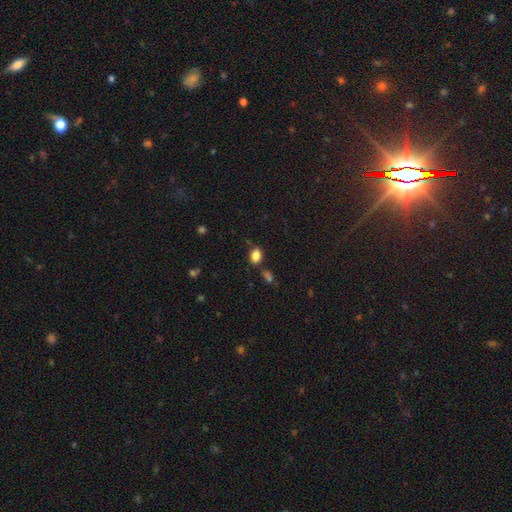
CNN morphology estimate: smooth_or_featured: smooth (p=0.85) [alt: star or artifact p=0.10]
how_rounded: in between (p=0.78) [alt: round p=0.21]
merging: none (p=0.71) [alt: minor disturbance p=0.16]